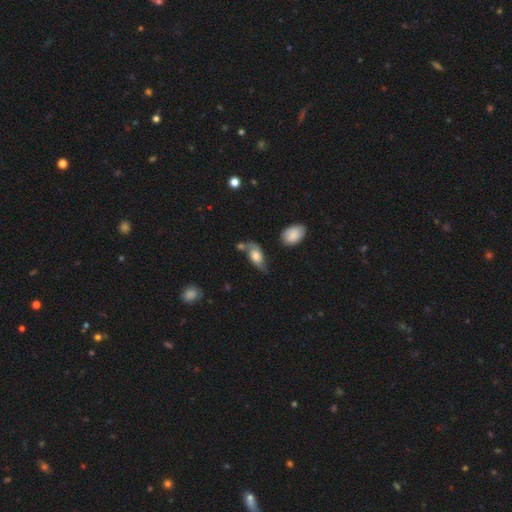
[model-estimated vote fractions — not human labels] A featured or disk galaxy (51%). Merging: none (45%).